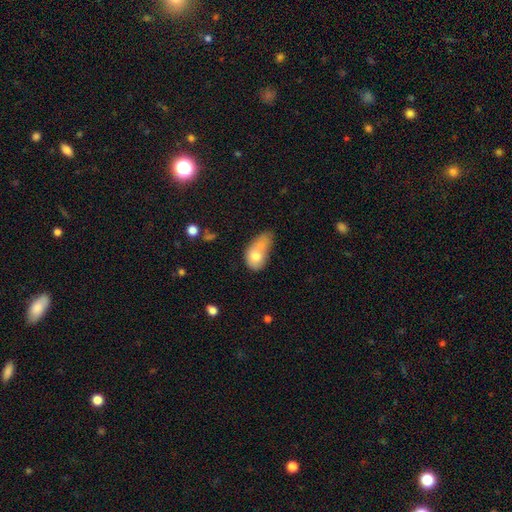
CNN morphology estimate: A smooth galaxy with no disk features (72%) that is in between round and cigar-shaped (79%).

Vote fractions:
- Smooth or featured? smooth: 72% / featured or disk: 20% / star or artifact: 8%
- How rounded? in between: 79% / round: 18% / cigar-shaped: 3%
- Merging? merger: 33% / major disturbance: 27% / minor disturbance: 26% / none: 14%